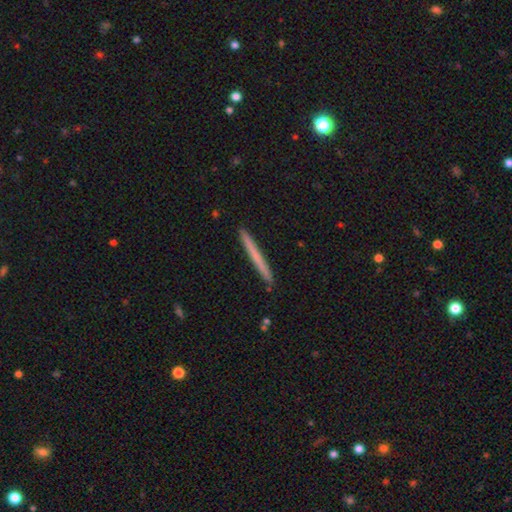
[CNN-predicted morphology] Q: Smooth or featured?
A: smooth (63%); runner-up: featured or disk (32%)
Q: How rounded?
A: cigar-shaped (97%); runner-up: in between (1%)
Q: Merging?
A: none (93%); runner-up: minor disturbance (5%)